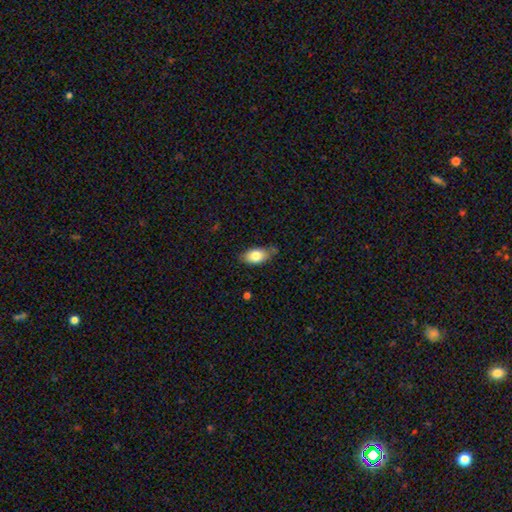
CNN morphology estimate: smooth-or-featured: smooth: 80% | featured or disk: 12% | star or artifact: 7%
  how-rounded: in between: 90% | round: 6% | cigar-shaped: 4%
  merging: none: 66% | minor disturbance: 26% | major disturbance: 5% | merger: 3%